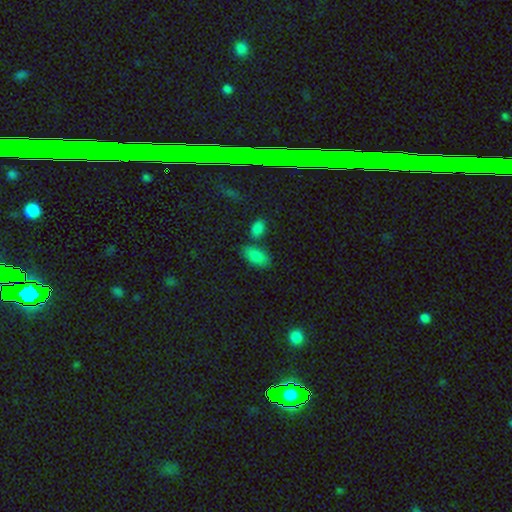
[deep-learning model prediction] smooth_or_featured: smooth (p=0.84) [alt: star or artifact p=0.10]
how_rounded: in between (p=0.92) [alt: cigar-shaped p=0.04]
merging: none (p=0.64) [alt: merger p=0.18]